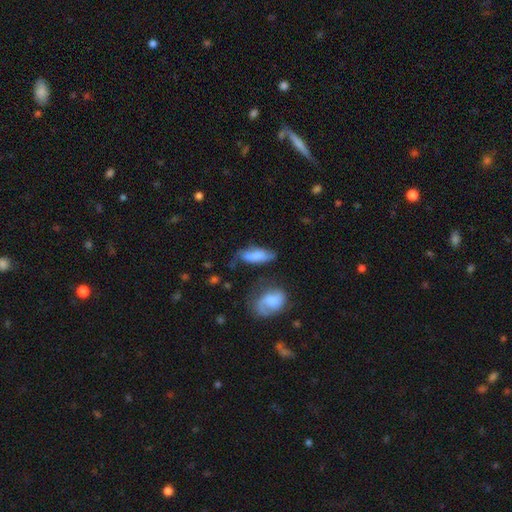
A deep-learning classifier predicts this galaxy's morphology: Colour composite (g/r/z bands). It shows a smooth galaxy with no disk features (68%) that is in between round and cigar-shaped (69%). Merging: none (44%).